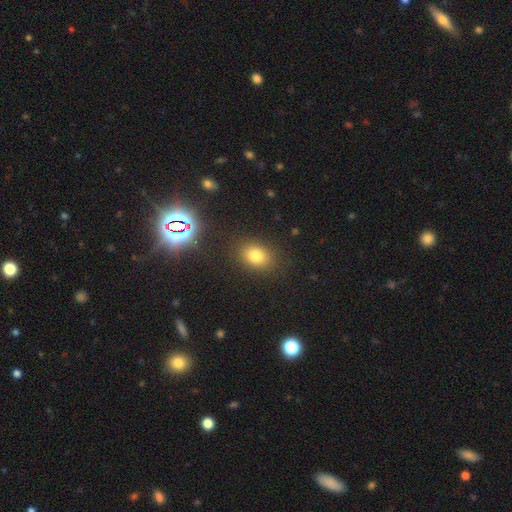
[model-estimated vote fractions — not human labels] Smooth or featured: smooth — 77% (star or artifact — 16%)
How rounded: in between — 66% (round — 33%)
Merging: none — 85% (minor disturbance — 9%)